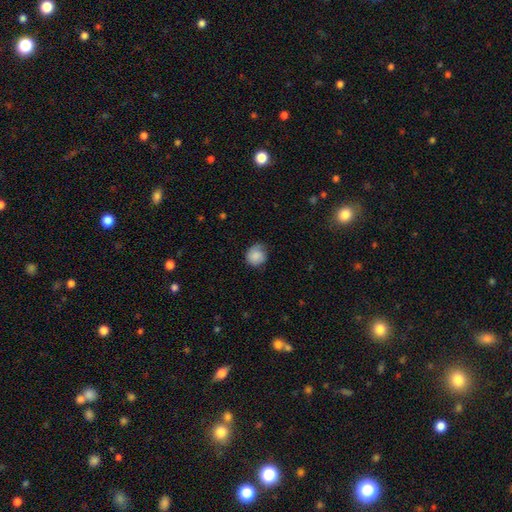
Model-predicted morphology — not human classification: Q: Smooth or featured?
A: smooth (81%); runner-up: featured or disk (11%)
Q: How rounded?
A: round (84%); runner-up: in between (15%)
Q: Merging?
A: none (62%); runner-up: minor disturbance (30%)